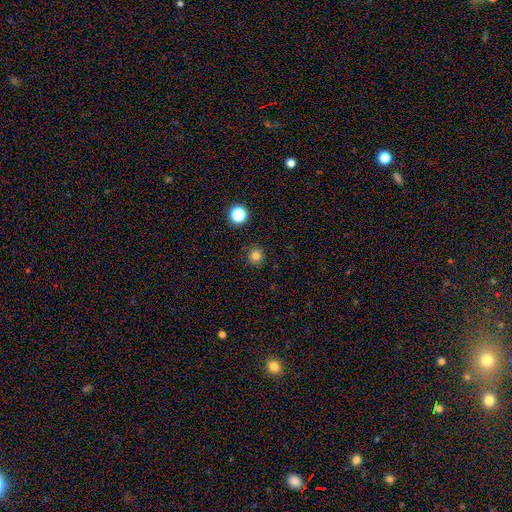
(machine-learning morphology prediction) Smooth or featured?
  - smooth: 81% *
  - star or artifact: 15%
  - featured or disk: 5%
How rounded?
  - round: 94% *
  - in between: 5%
  - cigar-shaped: 1%
Merging?
  - none: 88% *
  - minor disturbance: 8%
  - major disturbance: 2%
  - merger: 1%